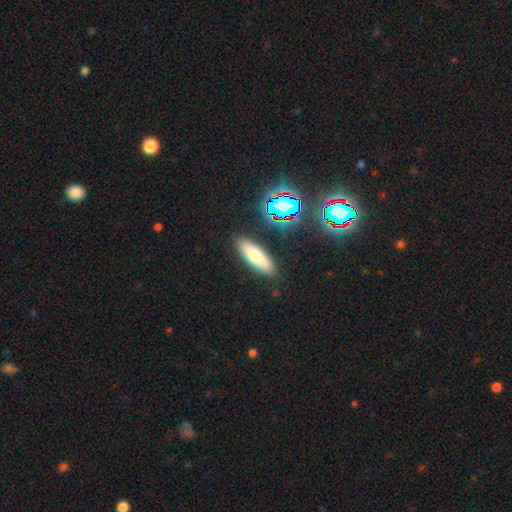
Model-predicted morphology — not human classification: Smooth or featured? smooth (69%)
How rounded? in between (50%)
Merging? none (87%)